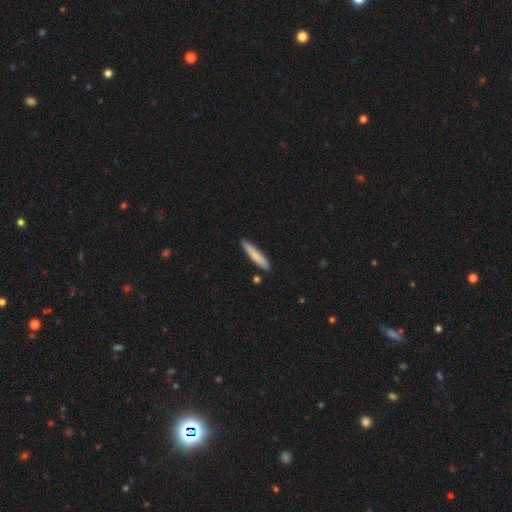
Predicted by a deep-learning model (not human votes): Morphology: type=smooth (77%); roundness=cigar-shaped (91%); merging=none (86%).